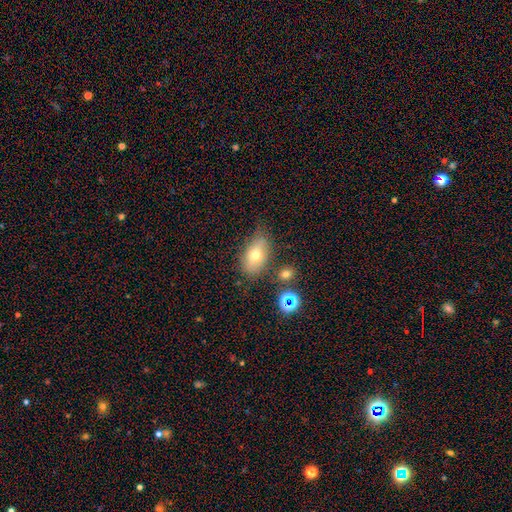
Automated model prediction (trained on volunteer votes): Smooth or featured? smooth (65%)
How rounded? in between (87%)
Merging? none (67%)